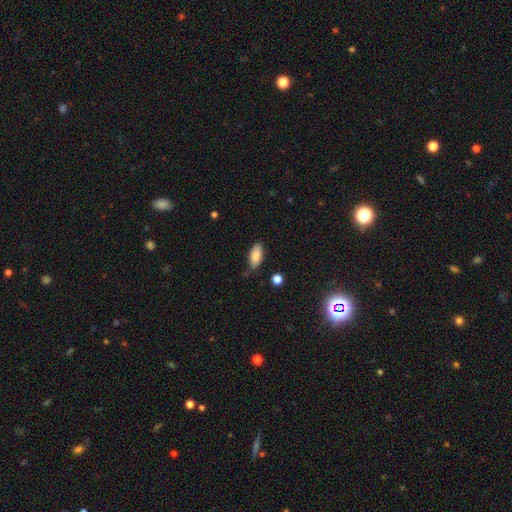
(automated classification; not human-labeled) smooth-or-featured: smooth: 87% | star or artifact: 7% | featured or disk: 6%
  how-rounded: in between: 87% | cigar-shaped: 11% | round: 2%
  merging: none: 78% | minor disturbance: 16% | major disturbance: 3% | merger: 3%